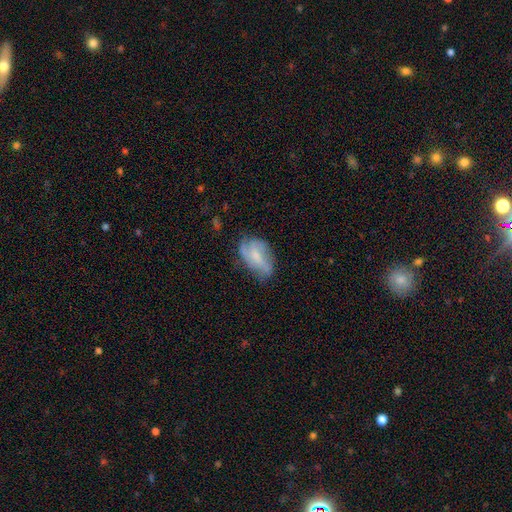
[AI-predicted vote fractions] The model was most divided on "smooth or featured": featured or disk: 49%, smooth: 43%, star or artifact: 8%. Remaining: merging — none (48%).